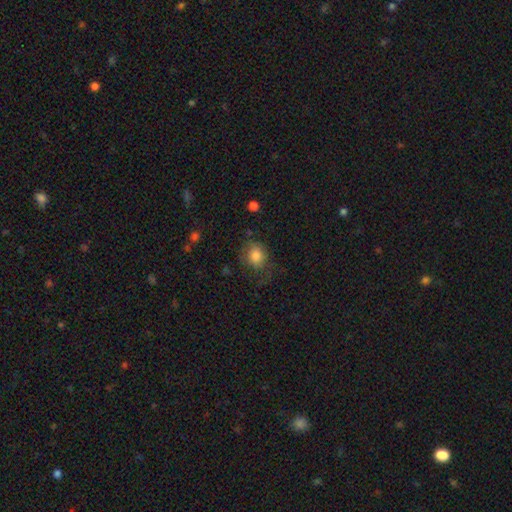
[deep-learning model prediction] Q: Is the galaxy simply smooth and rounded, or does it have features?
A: smooth — 80%.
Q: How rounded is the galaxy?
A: round — 65%.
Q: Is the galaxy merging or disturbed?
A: none — 58%.